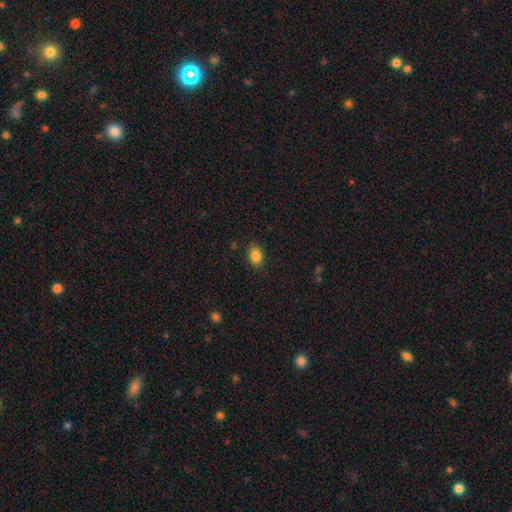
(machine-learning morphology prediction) Smooth or featured?
  - smooth: 86% *
  - star or artifact: 9%
  - featured or disk: 5%
How rounded?
  - in between: 81% *
  - round: 18%
  - cigar-shaped: 1%
Merging?
  - none: 87% *
  - minor disturbance: 10%
  - major disturbance: 2%
  - merger: 1%